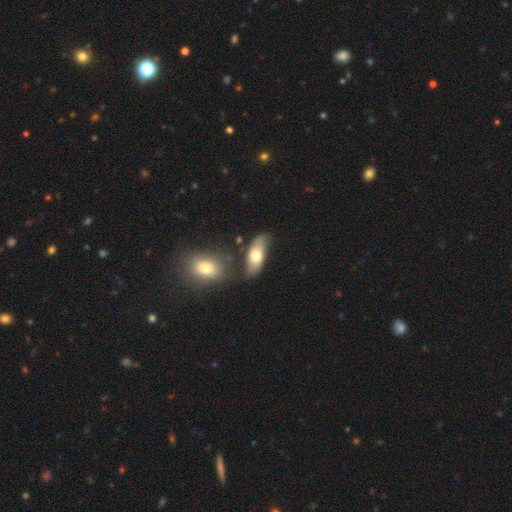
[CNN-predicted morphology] smooth 63%, featured or disk 31%, star or artifact 6%. Down the decision tree: how rounded — in between (85%); merging — none (67%).